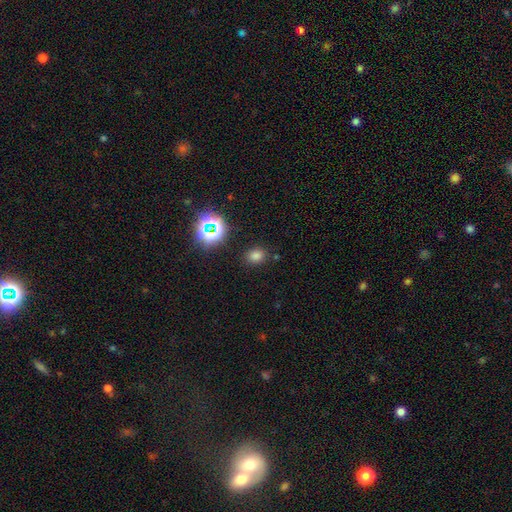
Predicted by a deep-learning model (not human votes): Smooth or featured? Predicted: smooth (p=0.73). How rounded? Predicted: round (p=0.56). Merging? Predicted: none (p=0.84).